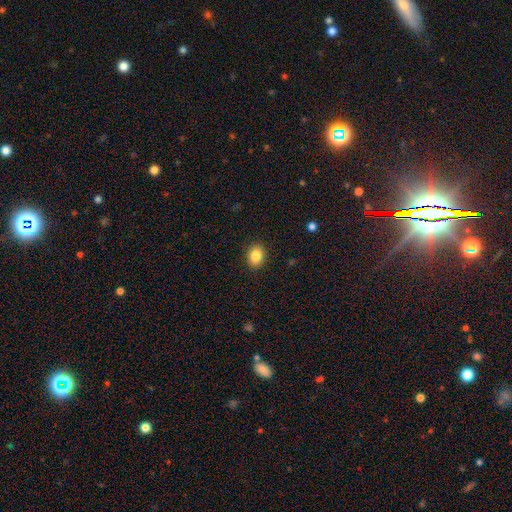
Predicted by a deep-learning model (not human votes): Morphology: type=smooth (86%); roundness=in between (58%); merging=none (90%).